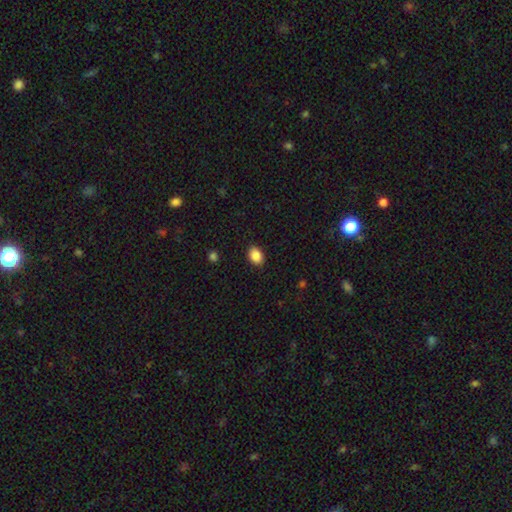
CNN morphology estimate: A smooth galaxy with no disk features (88%) that is in between round and cigar-shaped (77%).

Vote fractions:
- Smooth or featured? smooth: 88% / star or artifact: 8% / featured or disk: 4%
- How rounded? in between: 77% / round: 22% / cigar-shaped: 1%
- Merging? none: 89% / minor disturbance: 8% / major disturbance: 2% / merger: 1%